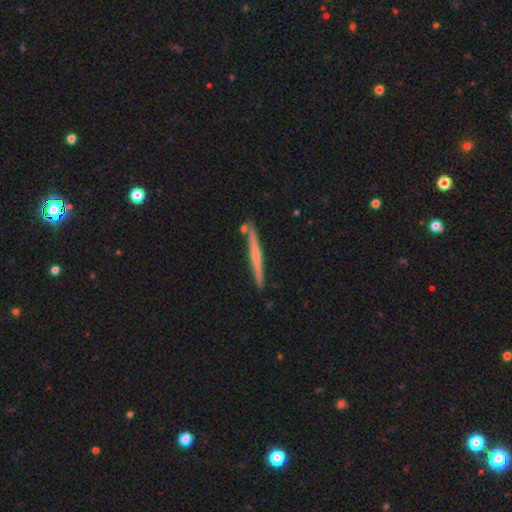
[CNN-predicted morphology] The model was most divided on "edge-on bulge": rounded: 49%, none: 45%, boxy: 5%. More confident: edge-on disk — yes (97%); merging — none (85%); smooth or featured — featured or disk (57%).